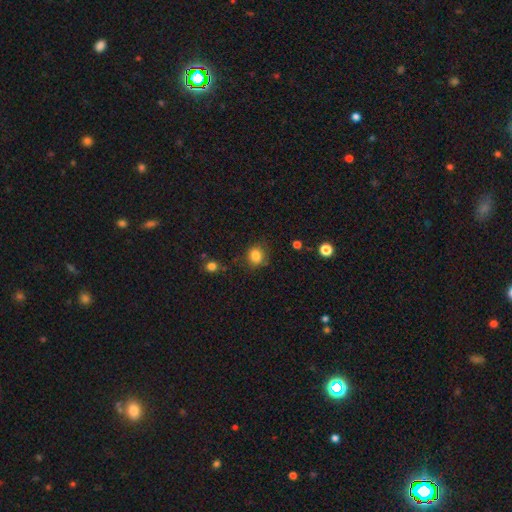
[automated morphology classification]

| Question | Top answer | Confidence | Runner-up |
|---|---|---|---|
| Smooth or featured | smooth | 83% | star or artifact (11%) |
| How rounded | round | 75% | in between (24%) |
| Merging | none | 78% | minor disturbance (15%) |